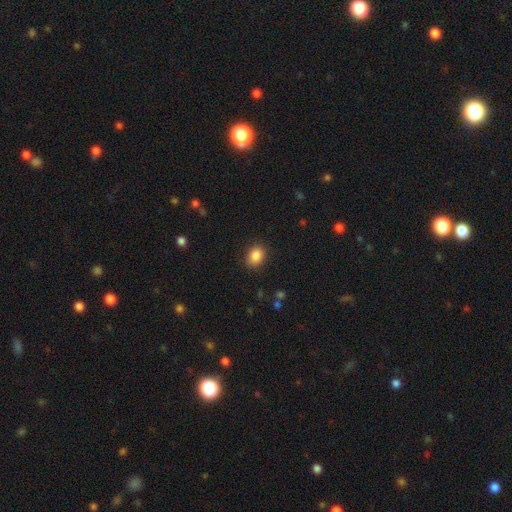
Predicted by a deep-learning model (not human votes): Smooth or featured? Predicted: smooth (p=0.87). How rounded? Predicted: in between (p=0.60). Merging? Predicted: none (p=0.87).